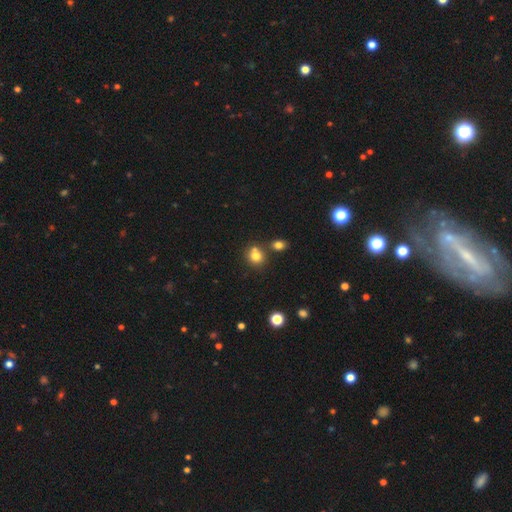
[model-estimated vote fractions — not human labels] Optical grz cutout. It shows a smooth galaxy with no disk features (78%) that is round (81%). Merging: none (58%).